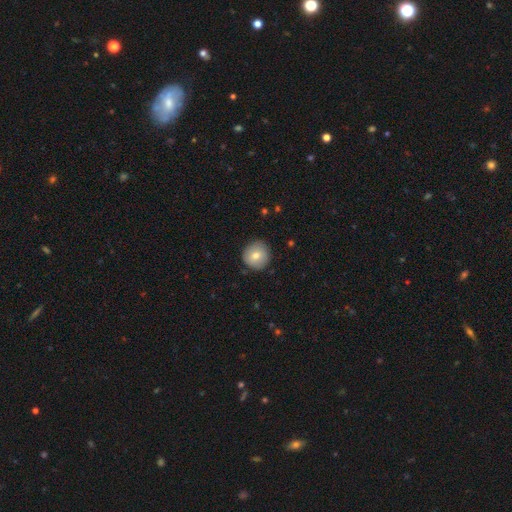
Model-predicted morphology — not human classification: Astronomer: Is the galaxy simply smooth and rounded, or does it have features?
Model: smooth — 76%.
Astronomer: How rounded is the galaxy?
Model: round — 94%.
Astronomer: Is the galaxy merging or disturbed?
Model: none — 87%.